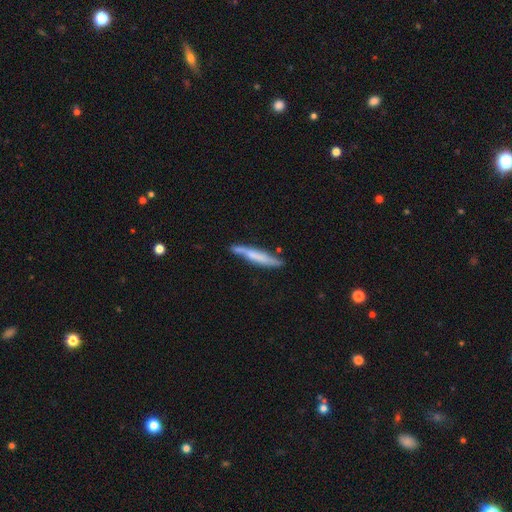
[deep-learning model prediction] The model was most divided on "smooth or featured": smooth: 50%, featured or disk: 44%, star or artifact: 6%. More confident: how rounded — cigar-shaped (93%); merging — none (73%).